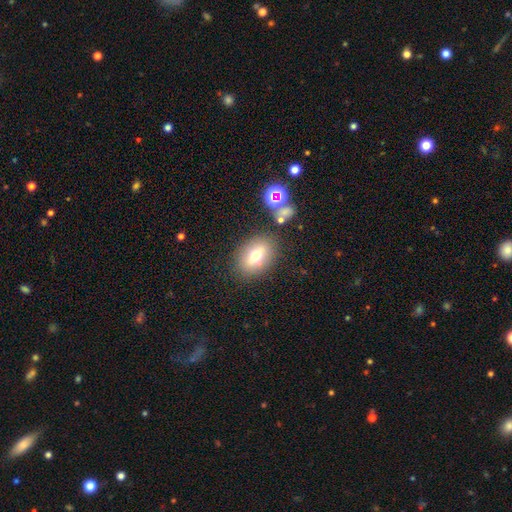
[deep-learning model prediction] This appears to be a smooth galaxy with no disk features (65%) that is in between round and cigar-shaped (76%). Merging: none (81%).